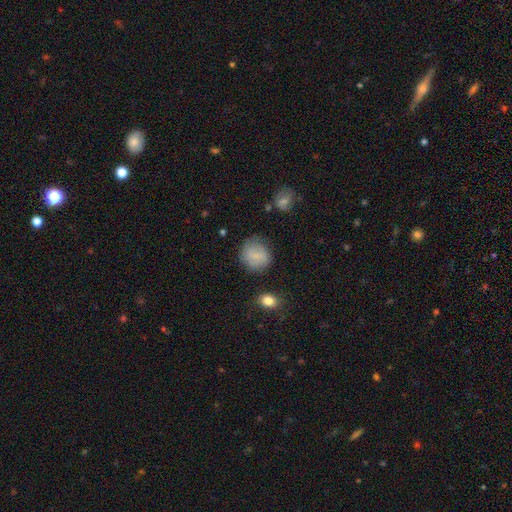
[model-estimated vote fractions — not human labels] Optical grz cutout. It shows a smooth galaxy with no disk features (75%) that is round (82%). Merging: none (75%).